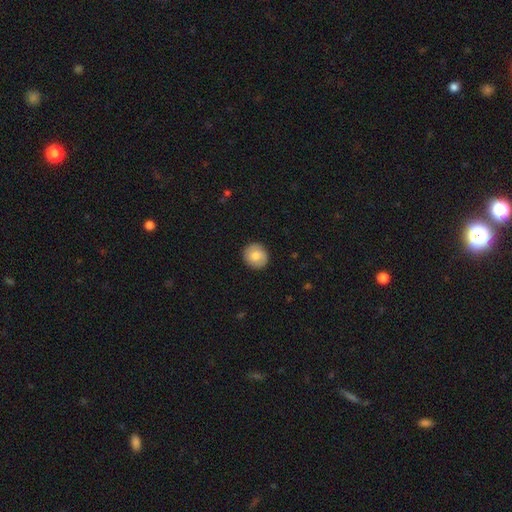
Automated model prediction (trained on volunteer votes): A smooth galaxy with no disk features (78%) that is round (85%). Merging: none (90%).